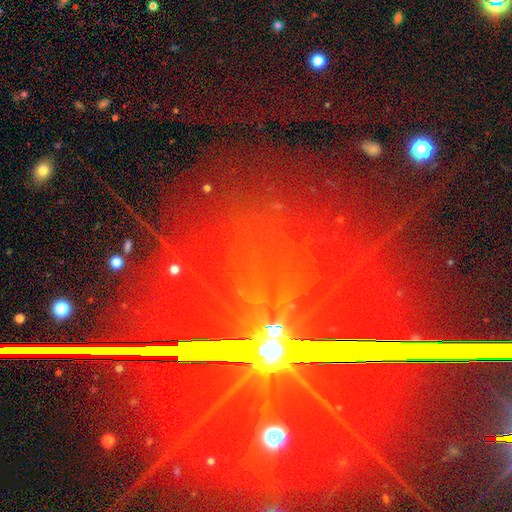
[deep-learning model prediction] Overall: star or artifact (72%).